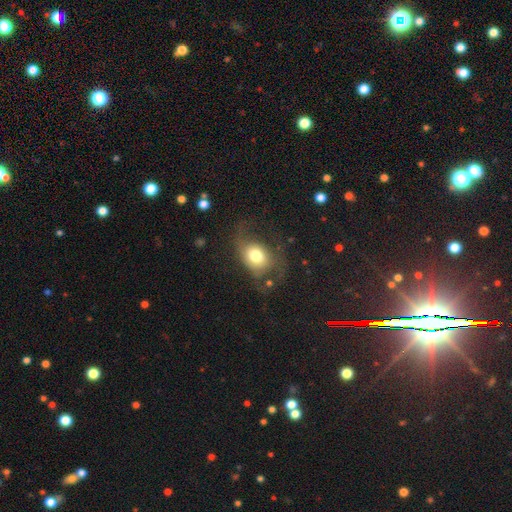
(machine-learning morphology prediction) Smooth or featured?
  - smooth: 57% *
  - featured or disk: 34%
  - star or artifact: 9%
How rounded?
  - in between: 57% *
  - round: 42%
  - cigar-shaped: 1%
Merging?
  - major disturbance: 38% *
  - none: 36%
  - minor disturbance: 23%
  - merger: 3%